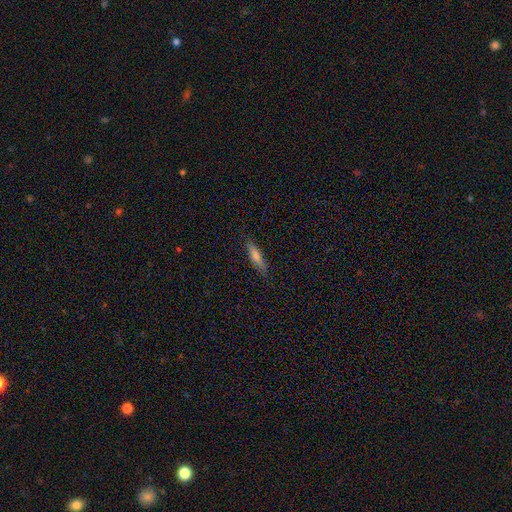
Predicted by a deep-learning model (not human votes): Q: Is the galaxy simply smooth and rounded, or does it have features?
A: smooth — 63%.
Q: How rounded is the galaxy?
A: cigar-shaped — 80%.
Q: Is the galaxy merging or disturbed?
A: none — 85%.